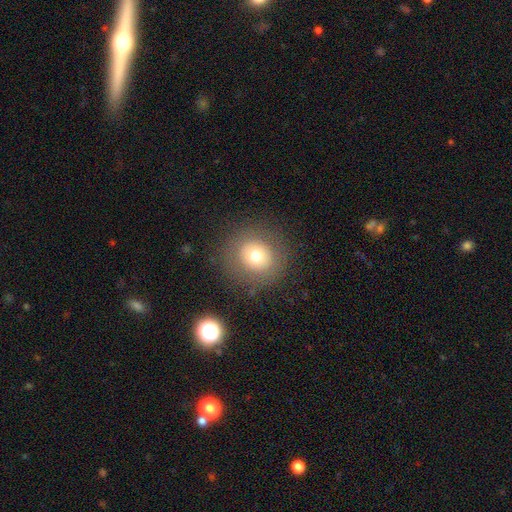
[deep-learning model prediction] Smooth or featured? smooth (69%)
How rounded? round (90%)
Merging? none (85%)